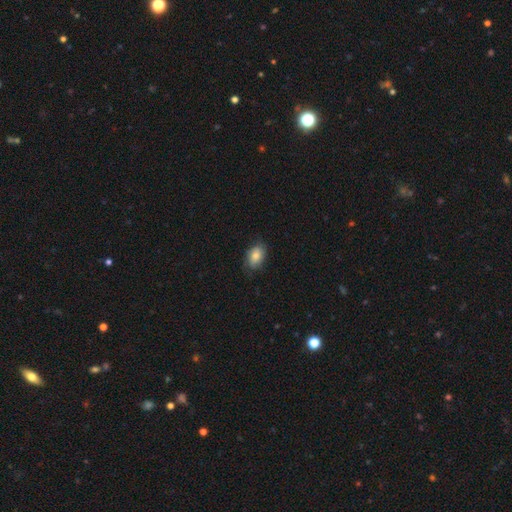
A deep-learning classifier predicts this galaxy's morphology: This appears to be a smooth galaxy with no disk features (77%) that is in between round and cigar-shaped (84%). Merging: none (73%).